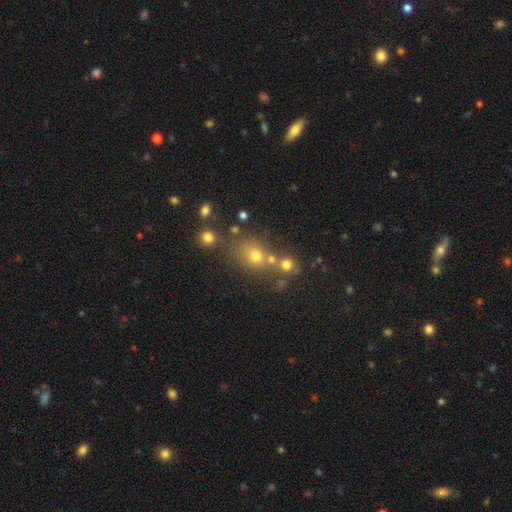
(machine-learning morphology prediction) Overall: smooth (65%). How rounded: round (68%; in between 30%). Merging: none (54%; merger 29%).